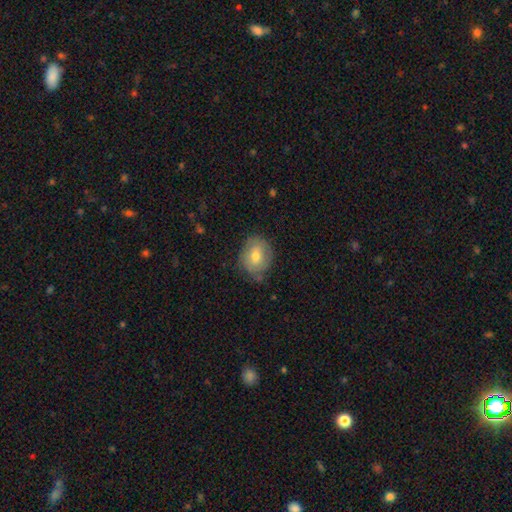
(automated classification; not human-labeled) The model was most divided on "how rounded": round: 55%, in between: 44%, cigar-shaped: 1%. More confident: merging — none (70%); smooth or featured — smooth (68%).